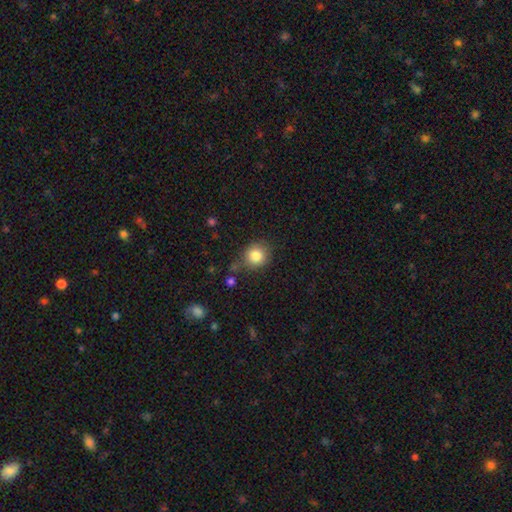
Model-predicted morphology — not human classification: The model was most divided on "merging": none: 75%, minor disturbance: 16%, merger: 5%, major disturbance: 5%. More confident: smooth or featured — smooth (84%); how rounded — round (84%).